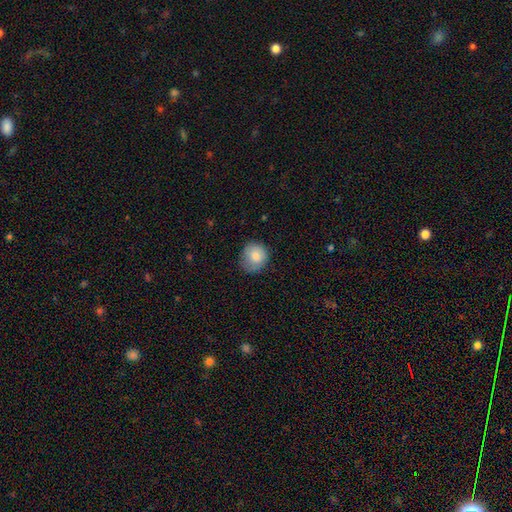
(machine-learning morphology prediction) type=smooth (81%); roundness=round (83%); merging=none (73%).